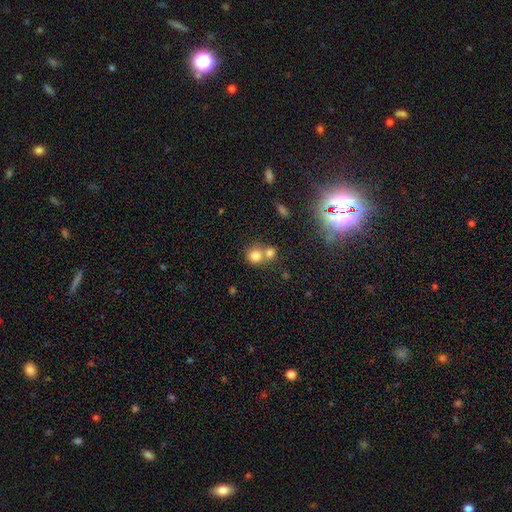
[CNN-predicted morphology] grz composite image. It shows a smooth galaxy with no disk features (77%) that is round (85%). Merging: merger (49%).